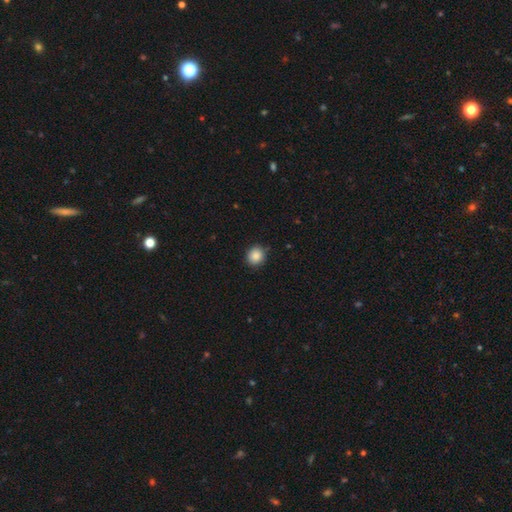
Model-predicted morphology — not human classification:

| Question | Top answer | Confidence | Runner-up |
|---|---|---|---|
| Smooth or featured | smooth | 87% | star or artifact (9%) |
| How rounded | round | 82% | in between (17%) |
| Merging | none | 87% | minor disturbance (10%) |